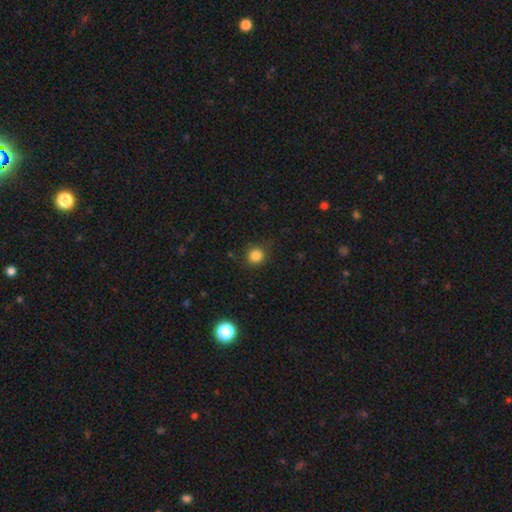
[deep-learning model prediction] Q: Smooth or featured?
A: smooth (84%); runner-up: star or artifact (12%)
Q: How rounded?
A: round (87%); runner-up: in between (12%)
Q: Merging?
A: none (86%); runner-up: minor disturbance (10%)